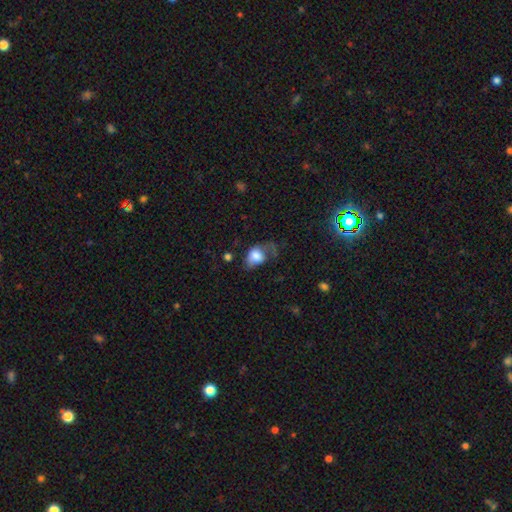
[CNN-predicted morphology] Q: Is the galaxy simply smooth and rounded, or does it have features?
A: smooth — 74%.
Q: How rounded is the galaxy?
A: in between — 64%.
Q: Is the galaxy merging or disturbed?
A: major disturbance — 44%.